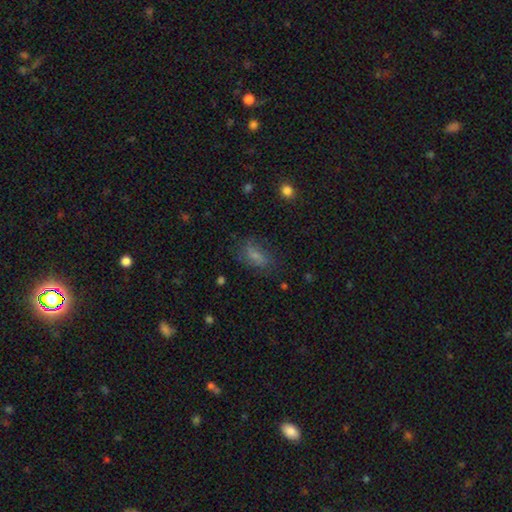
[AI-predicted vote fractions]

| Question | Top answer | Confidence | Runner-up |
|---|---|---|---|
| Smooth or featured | smooth | 65% | featured or disk (22%) |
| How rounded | in between | 82% | cigar-shaped (10%) |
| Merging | none | 62% | minor disturbance (23%) |